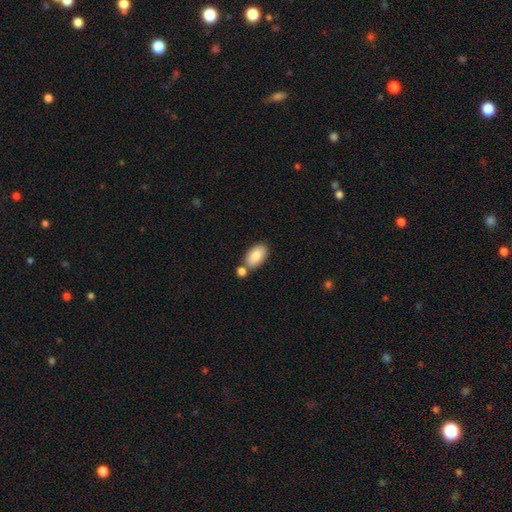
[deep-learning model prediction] This is clearly a smooth galaxy (83%). How rounded: clearly in between (93%). Merging: likely none (66%).